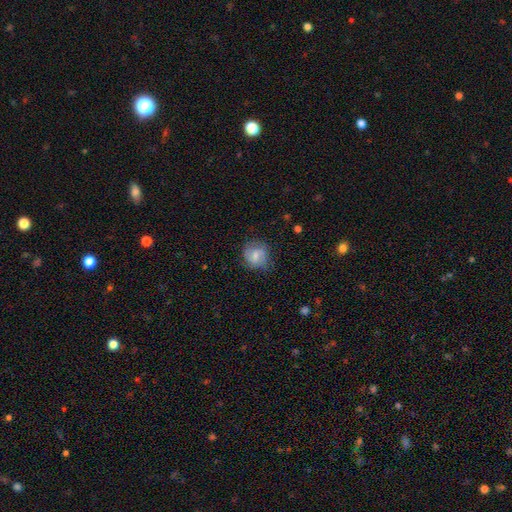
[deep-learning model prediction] A featured or disk galaxy (51%) with a weak bar (55%), spiral arms (86%) and a small central bulge (45%). Merging: none (73%).